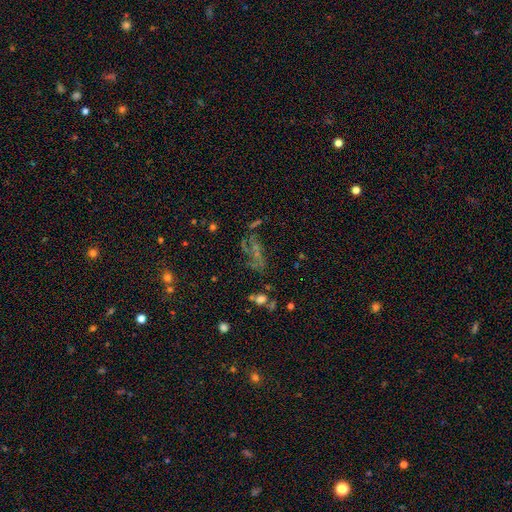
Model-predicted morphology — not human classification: Smooth or featured: featured or disk — 41% (star or artifact — 36%)
Merging: none — 49% (major disturbance — 23%)